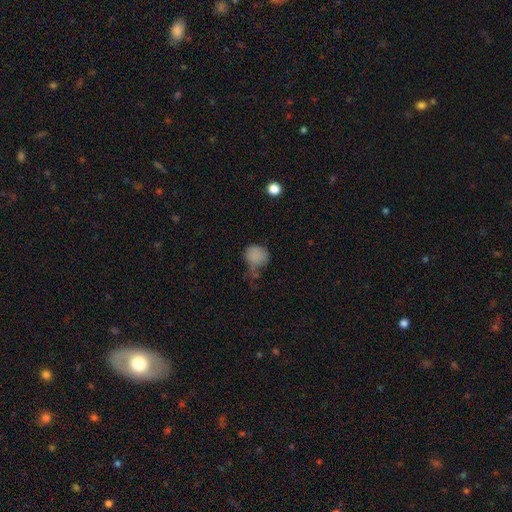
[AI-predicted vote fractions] Smooth or featured?
  - smooth: 81% *
  - star or artifact: 11%
  - featured or disk: 8%
How rounded?
  - round: 75% *
  - in between: 24%
  - cigar-shaped: 1%
Merging?
  - none: 39% *
  - minor disturbance: 33%
  - major disturbance: 21%
  - merger: 7%